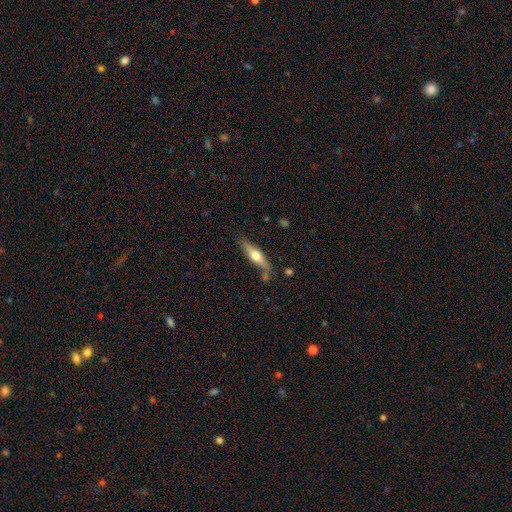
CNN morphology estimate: This is possibly a featured or disk galaxy (49%). Merging: likely none (72%).